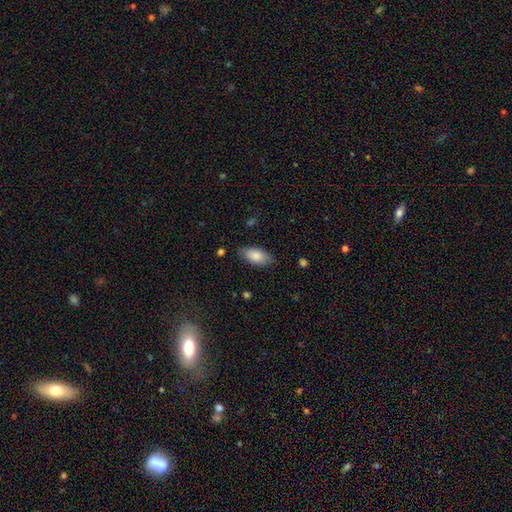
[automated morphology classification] Overall: smooth (85%). How rounded: in between (92%). Merging: none (81%).